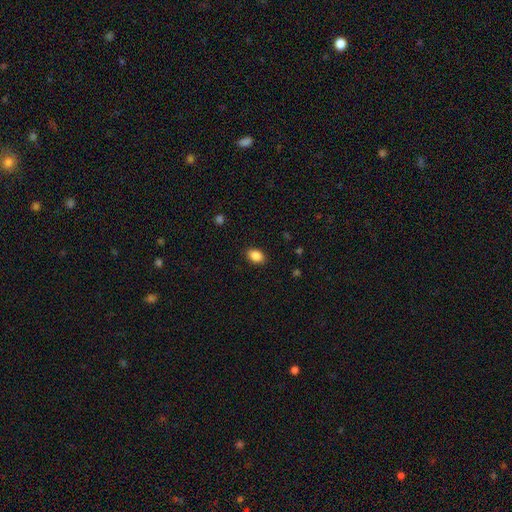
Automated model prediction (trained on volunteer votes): A smooth galaxy with no disk features (88%) that is in between round and cigar-shaped (79%).

Vote fractions:
- Smooth or featured? smooth: 88% / star or artifact: 8% / featured or disk: 4%
- How rounded? in between: 79% / round: 20% / cigar-shaped: 1%
- Merging? none: 89% / minor disturbance: 8% / major disturbance: 2% / merger: 1%